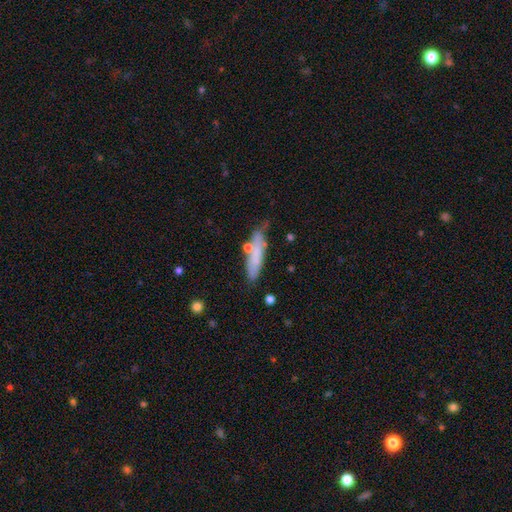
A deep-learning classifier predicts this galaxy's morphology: This appears to be a smooth galaxy with no disk features (68%) that is cigar-shaped (74%). Merging: none (66%).